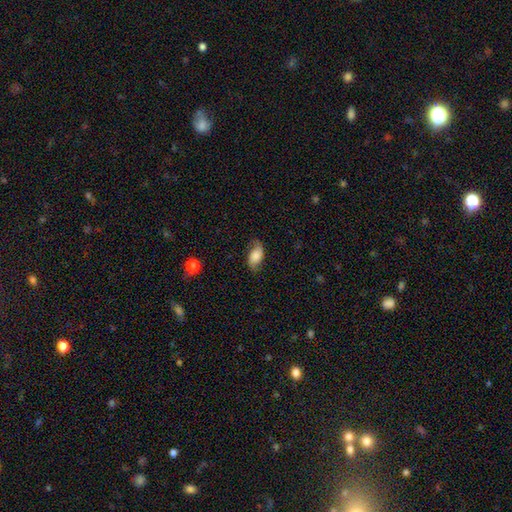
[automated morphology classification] This is likely a smooth galaxy (61%). How rounded: clearly in between (91%). Merging: likely none (69%).